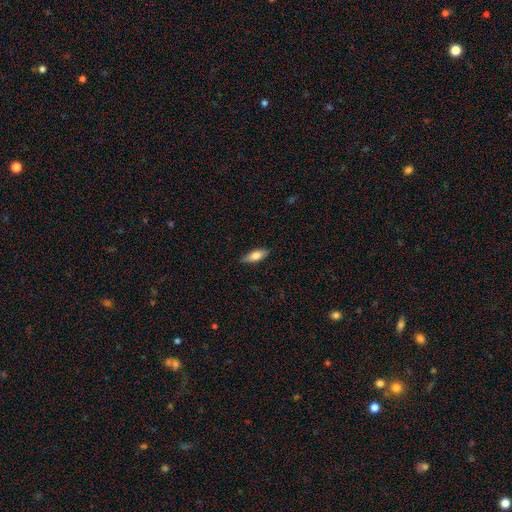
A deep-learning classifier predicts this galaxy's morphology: A smooth galaxy with no disk features (71%) that is in between round and cigar-shaped (66%). Merging: none (85%).